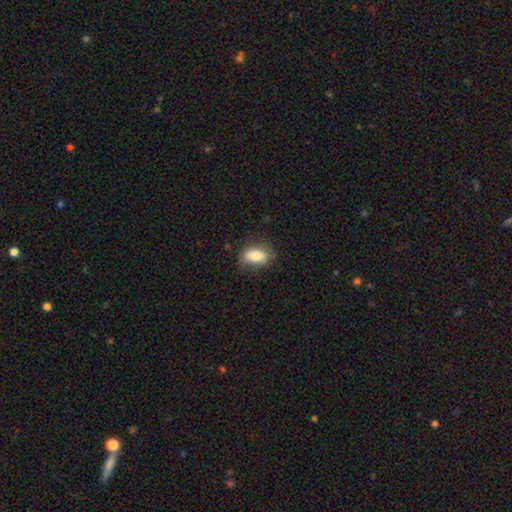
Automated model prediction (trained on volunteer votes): Overall: smooth (79%). How rounded: in between (88%). Merging: none (72%).